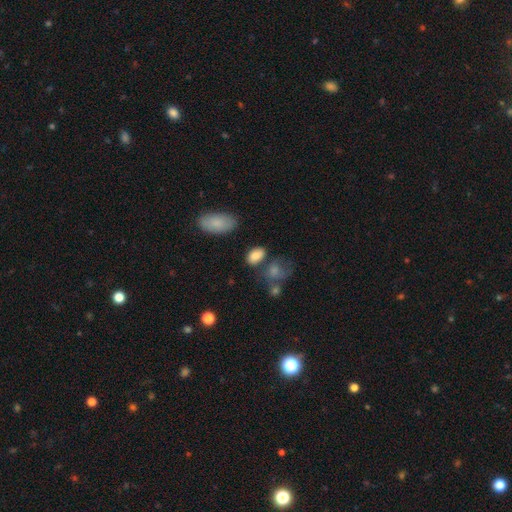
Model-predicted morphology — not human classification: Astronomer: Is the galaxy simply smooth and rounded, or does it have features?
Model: smooth — 84%.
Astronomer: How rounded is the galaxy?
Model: in between — 90%.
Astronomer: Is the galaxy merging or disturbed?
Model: none — 67%.